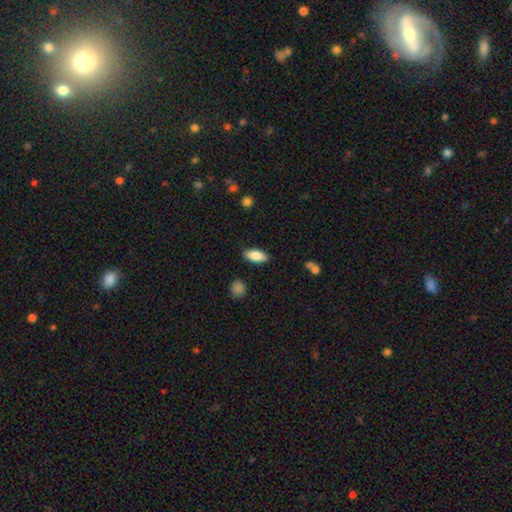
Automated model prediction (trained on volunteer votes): Smooth or featured?
  - smooth: 83% *
  - featured or disk: 11%
  - star or artifact: 6%
How rounded?
  - in between: 81% *
  - cigar-shaped: 16%
  - round: 2%
Merging?
  - none: 86% *
  - minor disturbance: 10%
  - major disturbance: 2%
  - merger: 2%